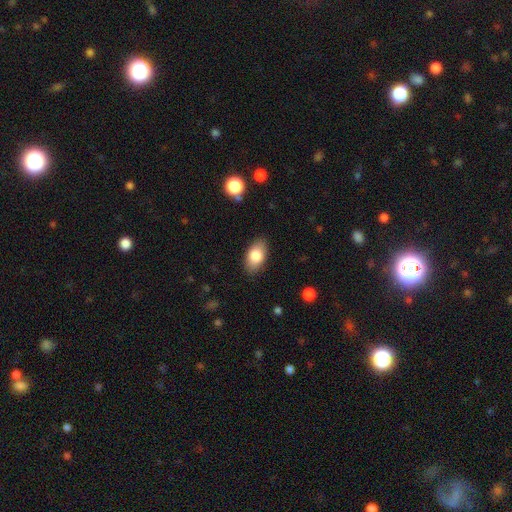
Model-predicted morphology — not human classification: smooth 81%, featured or disk 12%, star or artifact 7%. Down the decision tree: how rounded — in between (92%); merging — none (85%).